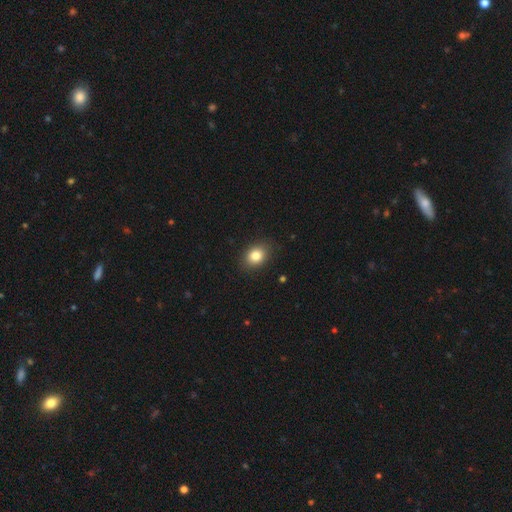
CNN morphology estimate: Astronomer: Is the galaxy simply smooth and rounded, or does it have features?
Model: smooth — 83%.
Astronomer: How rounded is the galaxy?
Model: in between — 59% (runner-up: round, 40%).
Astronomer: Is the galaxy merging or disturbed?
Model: none — 87%.